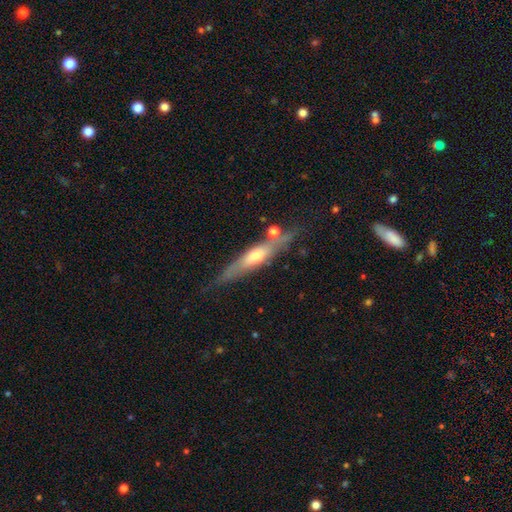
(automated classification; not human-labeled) The model was most divided on "smooth or featured": featured or disk: 60%, smooth: 33%, star or artifact: 7%. More confident: edge-on disk — yes (86%); edge-on bulge — rounded (74%); merging — none (72%).